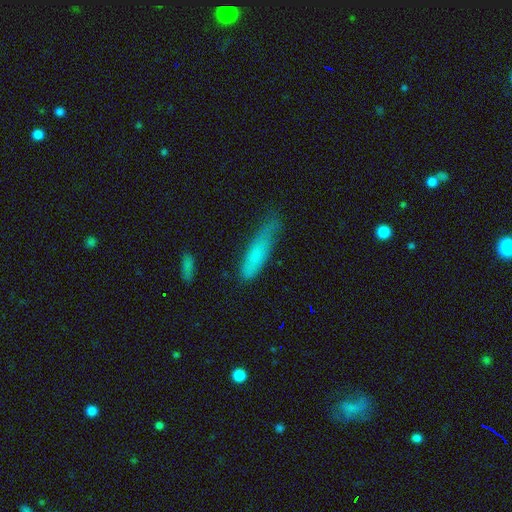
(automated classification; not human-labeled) Smooth or featured: smooth — 75% (featured or disk — 18%)
How rounded: cigar-shaped — 78% (in between — 21%)
Merging: none — 54% (minor disturbance — 33%)